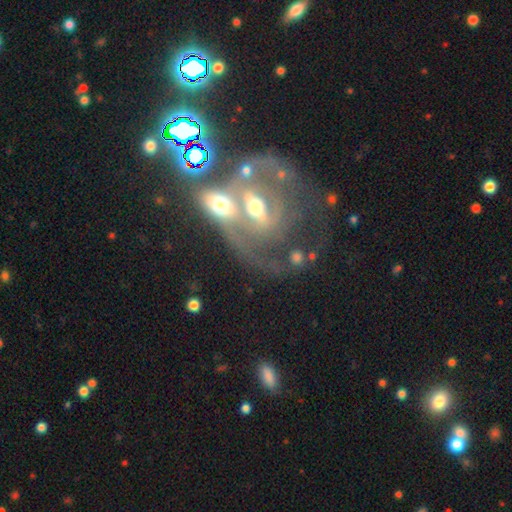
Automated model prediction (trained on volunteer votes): The model was most divided on "bar": no: 37%, weak: 36%, strong: 28%. Remaining: edge-on disk — no (95%); smooth or featured — featured or disk (73%); spiral arms — yes (70%); bulge size — moderate (56%); merging — merger (43%).